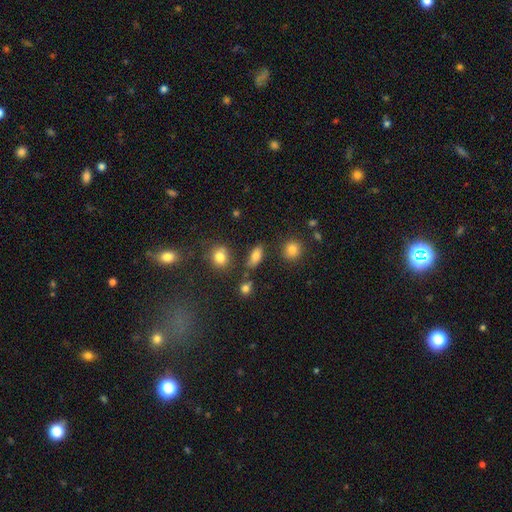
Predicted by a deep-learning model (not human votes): smooth 79%, star or artifact 11%, featured or disk 11%. Down the decision tree: how rounded — in between (80%); merging — none (76%).